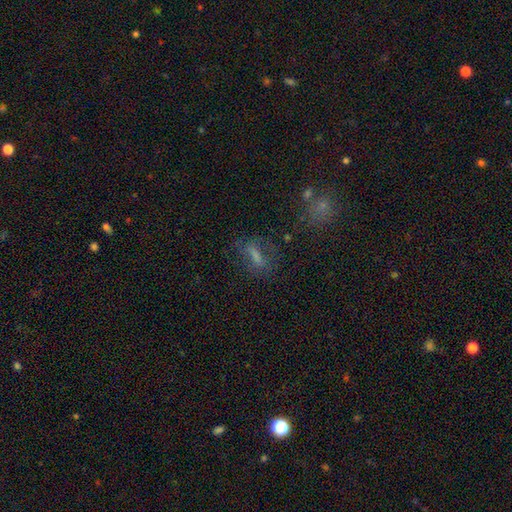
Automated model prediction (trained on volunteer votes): smooth-or-featured: smooth: 54% | featured or disk: 26% | star or artifact: 21%
  how-rounded: in between: 47% | cigar-shaped: 42% | round: 11%
  merging: none: 66% | minor disturbance: 17% | major disturbance: 13% | merger: 3%